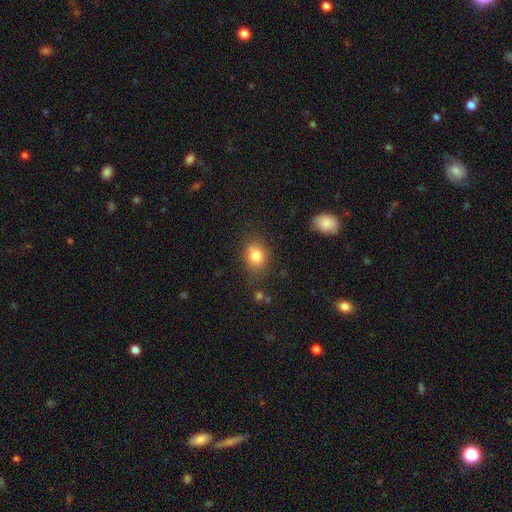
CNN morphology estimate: smooth-or-featured: smooth: 82% | star or artifact: 10% | featured or disk: 8%
  how-rounded: round: 56% | in between: 43% | cigar-shaped: 1%
  merging: none: 78% | minor disturbance: 15% | major disturbance: 4% | merger: 2%